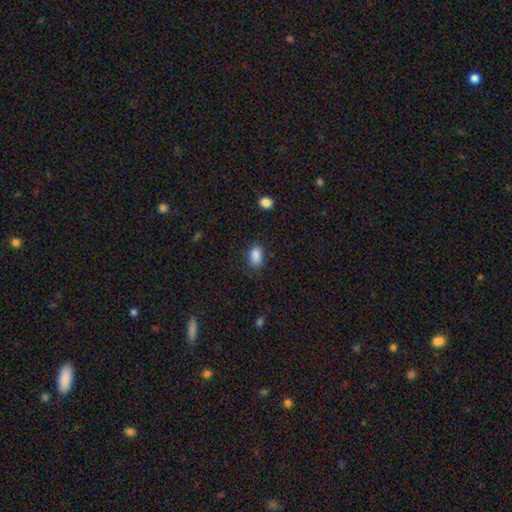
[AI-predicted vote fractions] Smooth or featured?
  - smooth: 87% *
  - star or artifact: 9%
  - featured or disk: 4%
How rounded?
  - in between: 88% *
  - round: 10%
  - cigar-shaped: 2%
Merging?
  - none: 75% *
  - minor disturbance: 18%
  - major disturbance: 5%
  - merger: 2%